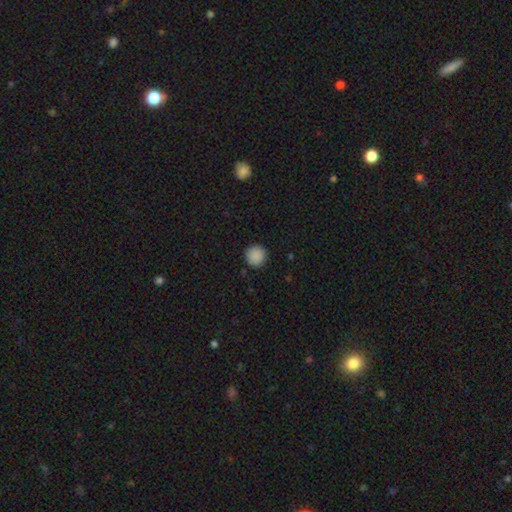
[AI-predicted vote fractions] smooth 89%, star or artifact 9%, featured or disk 2%. Down the decision tree: how rounded — round (96%); merging — none (92%).